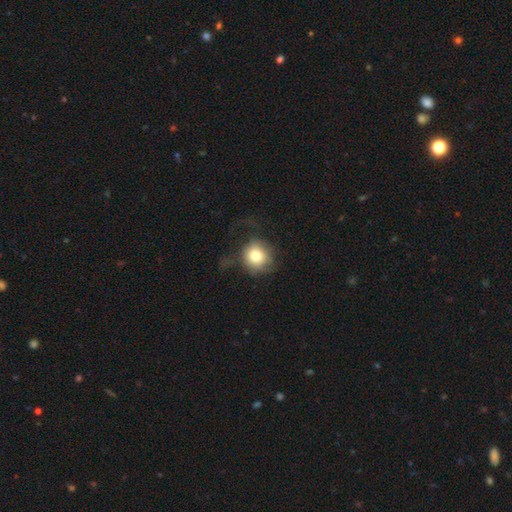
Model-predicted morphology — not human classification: A smooth galaxy with no disk features (74%) that is round (90%).

Vote fractions:
- Smooth or featured? smooth: 74% / featured or disk: 16% / star or artifact: 10%
- How rounded? round: 90% / in between: 9% / cigar-shaped: 1%
- Merging? none: 46% / major disturbance: 31% / minor disturbance: 21% / merger: 2%